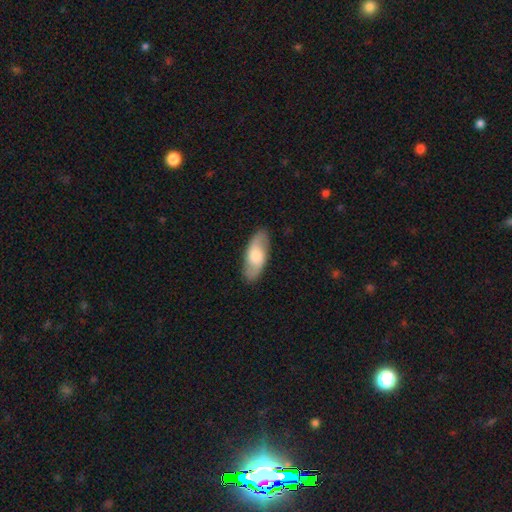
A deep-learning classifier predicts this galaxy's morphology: A smooth galaxy with no disk features (50%). Merging: none (87%).